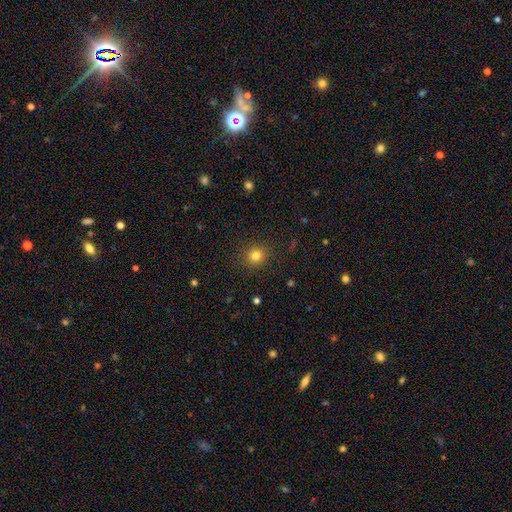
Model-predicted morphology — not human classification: A smooth galaxy with no disk features (80%) that is round (90%).

Vote fractions:
- Smooth or featured? smooth: 80% / star or artifact: 14% / featured or disk: 6%
- How rounded? round: 90% / in between: 9% / cigar-shaped: 1%
- Merging? none: 90% / minor disturbance: 7% / major disturbance: 3% / merger: 1%